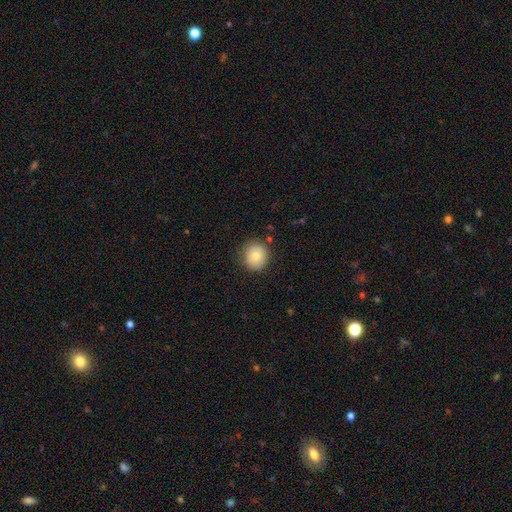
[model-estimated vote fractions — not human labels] A smooth galaxy with no disk features (80%) that is round (83%). Merging: none (83%).